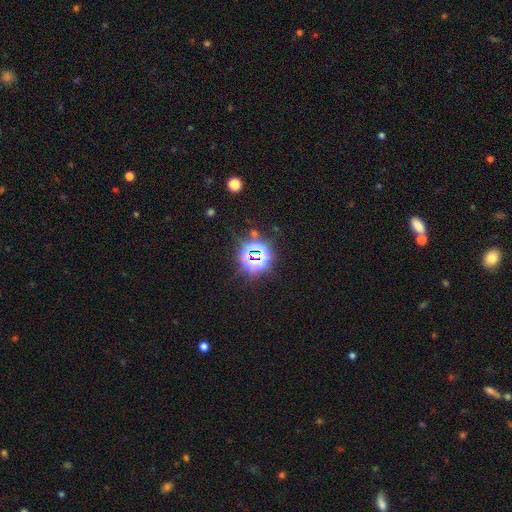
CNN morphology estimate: Q: Smooth or featured?
A: star or artifact (77%); runner-up: smooth (15%)